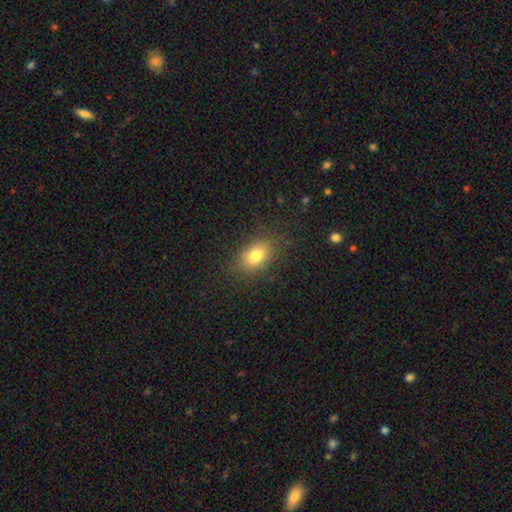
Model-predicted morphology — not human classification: This appears to be a smooth galaxy with no disk features (80%) that is in between round and cigar-shaped (79%). Merging: none (84%).